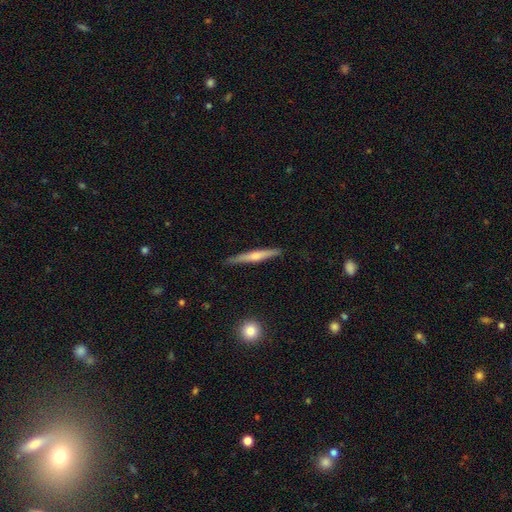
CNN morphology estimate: Overall: featured or disk (67%; smooth 27%). Edge-on disk: yes (98%). Edge-on bulge: rounded (79%). Merging: none (90%).